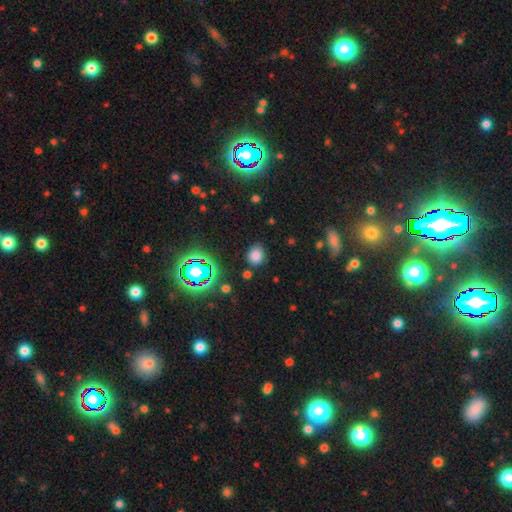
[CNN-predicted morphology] A smooth galaxy with no disk features (75%) that is round (67%).

Vote fractions:
- Smooth or featured? smooth: 75% / star or artifact: 19% / featured or disk: 6%
- How rounded? round: 67% / in between: 32% / cigar-shaped: 1%
- Merging? none: 81% / minor disturbance: 12% / major disturbance: 4% / merger: 3%